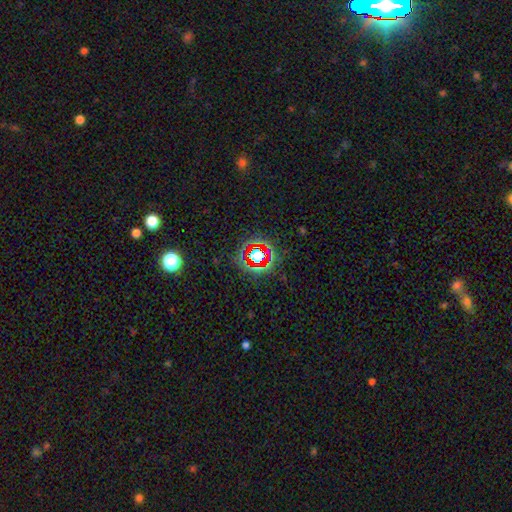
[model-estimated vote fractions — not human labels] smooth-or-featured: star or artifact: 68% | smooth: 20% | featured or disk: 12%